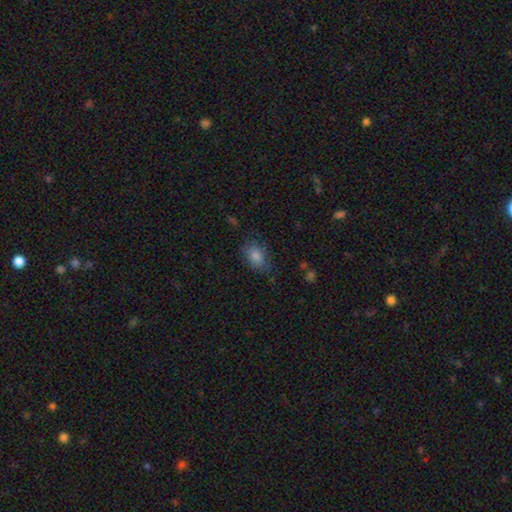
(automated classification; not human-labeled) smooth-or-featured: smooth: 79% | star or artifact: 12% | featured or disk: 10%
  how-rounded: in between: 78% | round: 21% | cigar-shaped: 2%
  merging: none: 72% | minor disturbance: 21% | major disturbance: 6% | merger: 2%